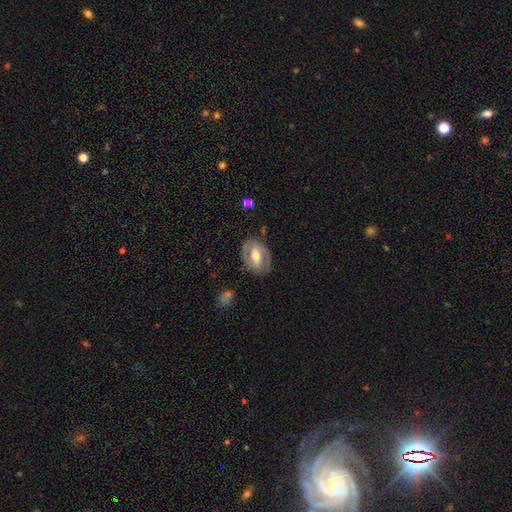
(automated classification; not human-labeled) Morphology: type=featured or disk (62%); edge-on=no (93%); bar=strong (39%); spiral arms=no (51%); bulge=moderate (70%); merging=none (79%).